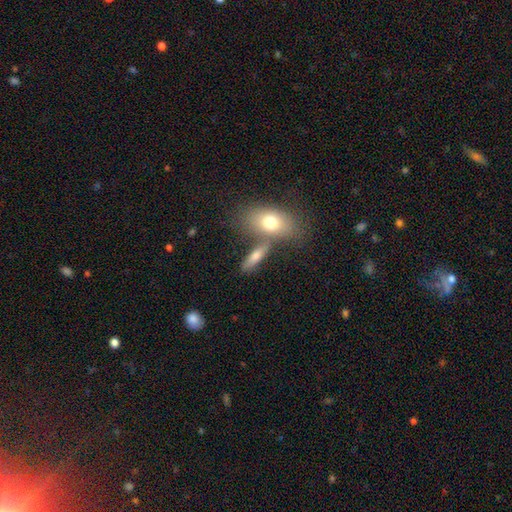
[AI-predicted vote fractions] Smooth or featured? smooth (62%)
How rounded? in between (56%)
Merging? none (53%)